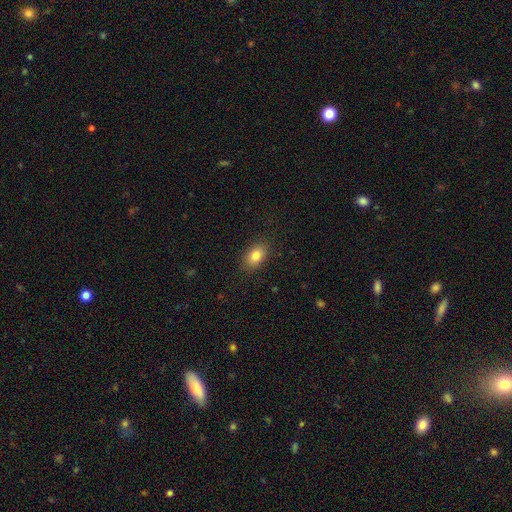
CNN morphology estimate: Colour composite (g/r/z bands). It shows a smooth galaxy with no disk features (83%) that is in between round and cigar-shaped (86%). Merging: none (87%).